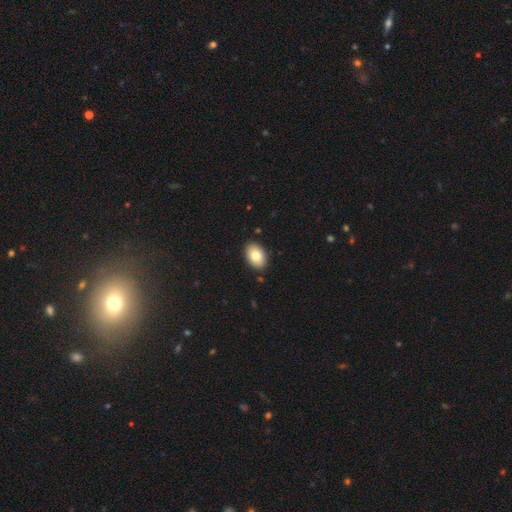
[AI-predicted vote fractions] Overall: smooth (81%). How rounded: in between (89%). Merging: none (89%).